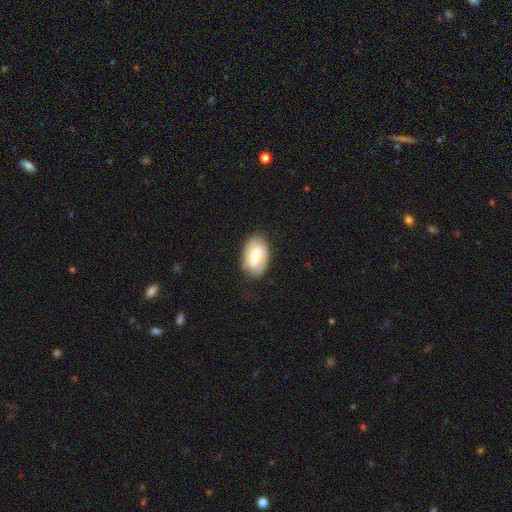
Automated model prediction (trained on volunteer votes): This is possibly a smooth galaxy (49%). Merging: likely none (74%).